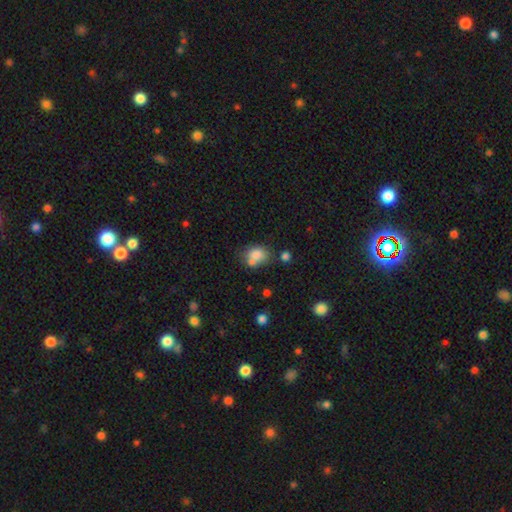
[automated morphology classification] Q: Smooth or featured?
A: smooth (78%); runner-up: featured or disk (11%)
Q: How rounded?
A: in between (52%); runner-up: round (47%)
Q: Merging?
A: none (47%); runner-up: merger (31%)